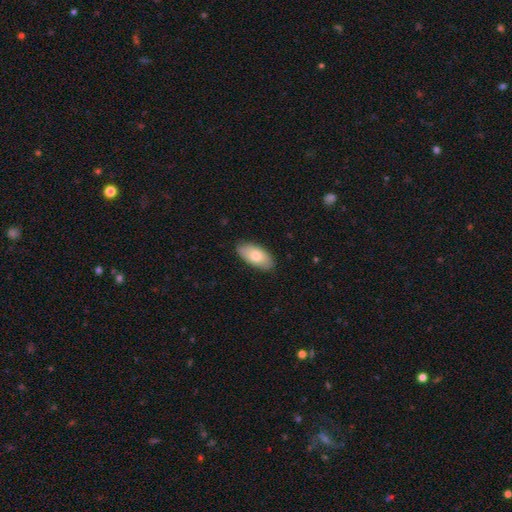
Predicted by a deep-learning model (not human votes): smooth 75%, featured or disk 19%, star or artifact 6%. Down the decision tree: how rounded — in between (92%); merging — none (85%).